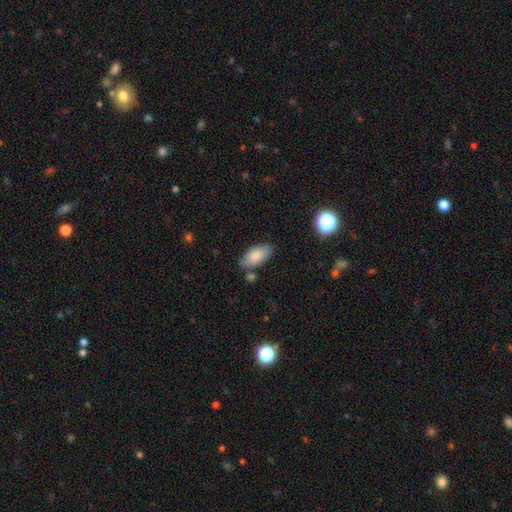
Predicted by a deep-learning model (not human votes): A smooth galaxy with no disk features (83%) that is in between round and cigar-shaped (93%).

Vote fractions:
- Smooth or featured? smooth: 83% / featured or disk: 10% / star or artifact: 7%
- How rounded? in between: 93% / cigar-shaped: 5% / round: 3%
- Merging? none: 74% / minor disturbance: 16% / merger: 6% / major disturbance: 3%